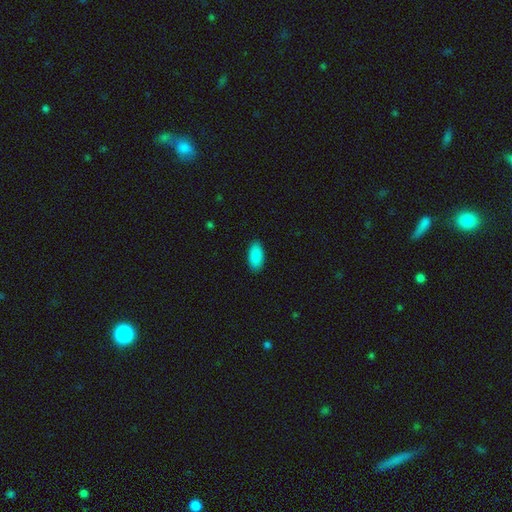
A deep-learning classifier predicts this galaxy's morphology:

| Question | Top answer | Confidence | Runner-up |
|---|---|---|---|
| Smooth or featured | smooth | 90% | star or artifact (7%) |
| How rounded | in between | 93% | cigar-shaped (5%) |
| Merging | none | 89% | minor disturbance (8%) |